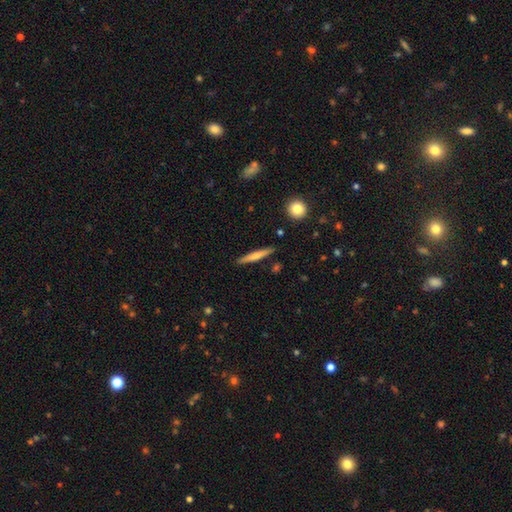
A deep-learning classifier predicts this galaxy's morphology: Overall: smooth (58%; featured or disk 36%). How rounded: cigar-shaped (93%). Merging: none (89%).